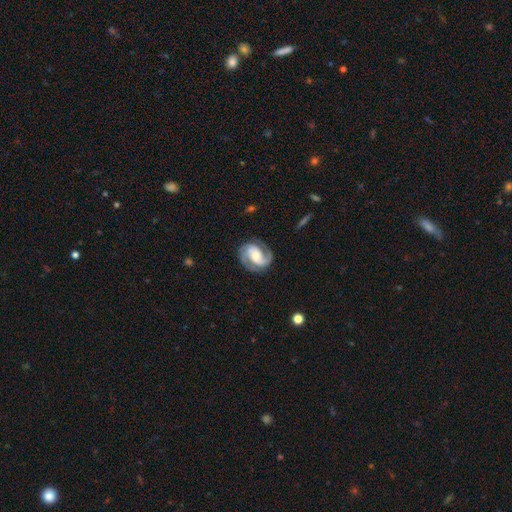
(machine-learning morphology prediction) type=featured or disk (86%); edge-on=no (98%); bar=no (41%); spiral arms=yes (97%); winding=medium (48%); arm count=2 (87%); bulge=moderate (48%); merging=none (77%).